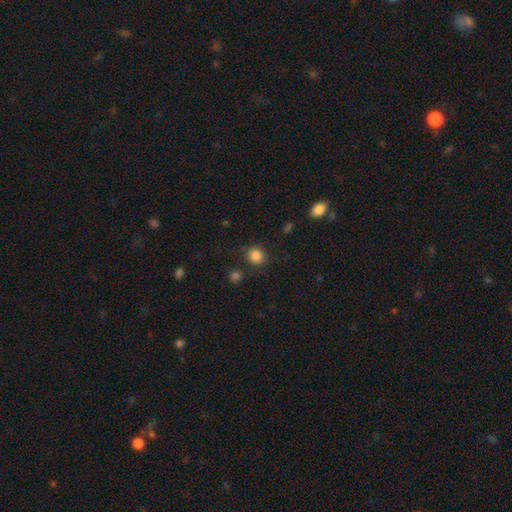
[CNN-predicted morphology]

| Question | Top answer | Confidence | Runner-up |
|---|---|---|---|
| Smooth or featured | smooth | 85% | star or artifact (11%) |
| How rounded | round | 79% | in between (20%) |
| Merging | none | 84% | minor disturbance (10%) |